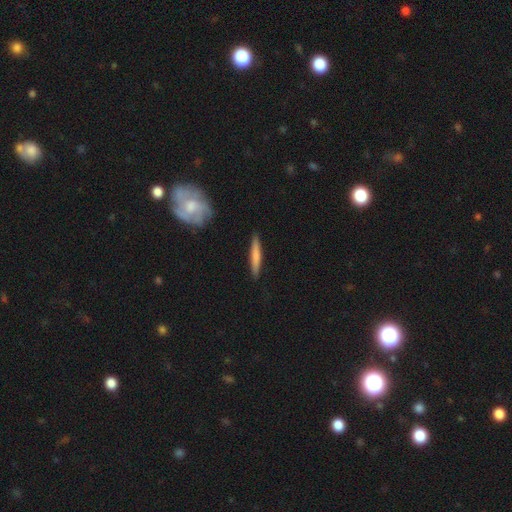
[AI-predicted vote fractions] smooth-or-featured: smooth: 69% | featured or disk: 26% | star or artifact: 5%
  how-rounded: cigar-shaped: 93% | in between: 5% | round: 1%
  merging: none: 90% | minor disturbance: 7% | major disturbance: 2% | merger: 1%